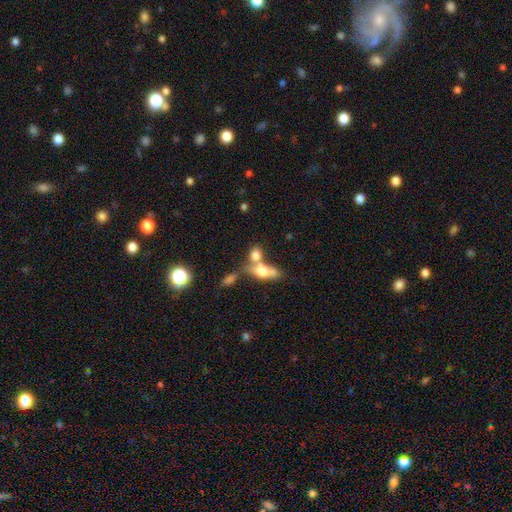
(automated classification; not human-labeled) Smooth or featured?
  - smooth: 70% *
  - featured or disk: 21%
  - star or artifact: 9%
How rounded?
  - in between: 61% *
  - round: 29%
  - cigar-shaped: 10%
Merging?
  - merger: 56% *
  - none: 28%
  - minor disturbance: 9%
  - major disturbance: 7%